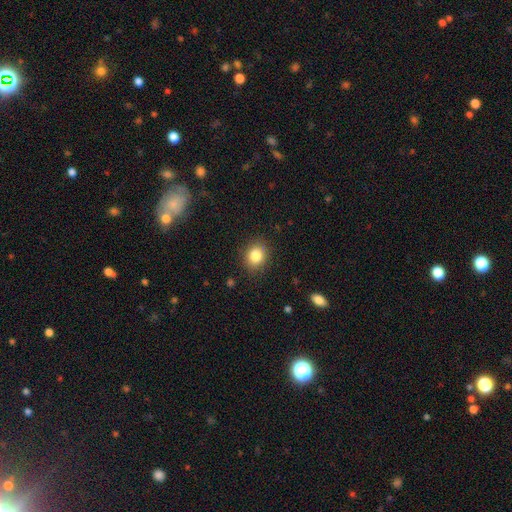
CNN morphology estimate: type=smooth (83%); roundness=round (65%); merging=none (87%).